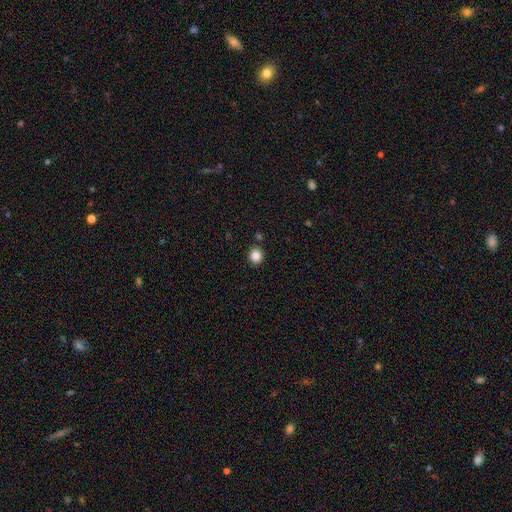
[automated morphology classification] smooth-or-featured: smooth: 85% | star or artifact: 11% | featured or disk: 4%
  how-rounded: round: 77% | in between: 22% | cigar-shaped: 1%
  merging: none: 87% | minor disturbance: 8% | merger: 4% | major disturbance: 2%